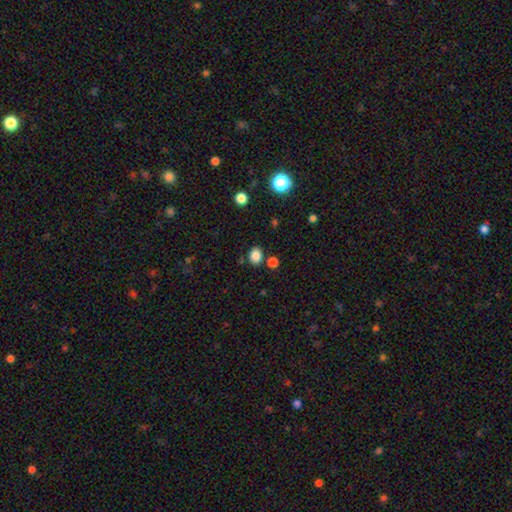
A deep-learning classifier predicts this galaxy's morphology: smooth-or-featured: smooth: 84% | star or artifact: 12% | featured or disk: 4%
  how-rounded: round: 53% | in between: 46% | cigar-shaped: 1%
  merging: none: 81% | minor disturbance: 9% | merger: 7% | major disturbance: 3%